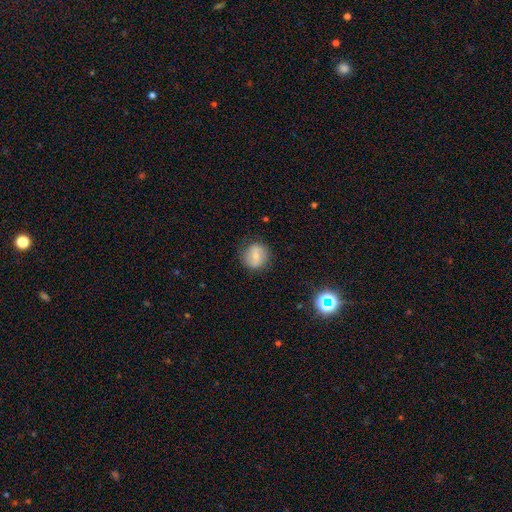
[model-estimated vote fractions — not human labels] smooth_or_featured: smooth (p=0.66) [alt: featured or disk p=0.25]
how_rounded: round (p=0.87) [alt: in between p=0.12]
merging: none (p=0.82) [alt: minor disturbance p=0.13]